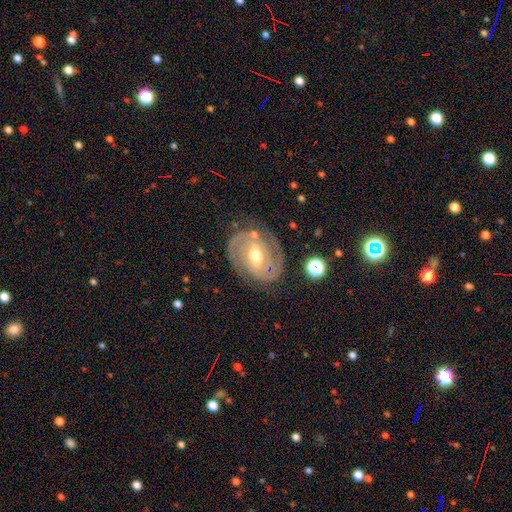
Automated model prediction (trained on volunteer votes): Morphology: type=featured or disk (86%); edge-on=no (97%); bar=weak (49%); spiral arms=yes (95%); winding=tight (57%); arm count=2 (83%); bulge=moderate (74%); merging=none (77%).